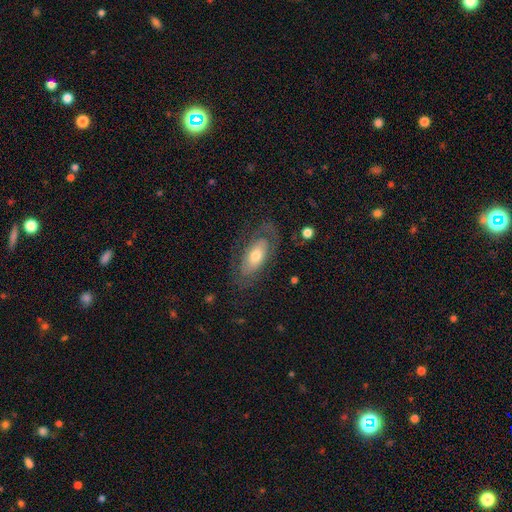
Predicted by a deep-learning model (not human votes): This is possibly a featured or disk galaxy (52%). It is clearly not viewed edge-on (85%). Merging: likely none (68%).